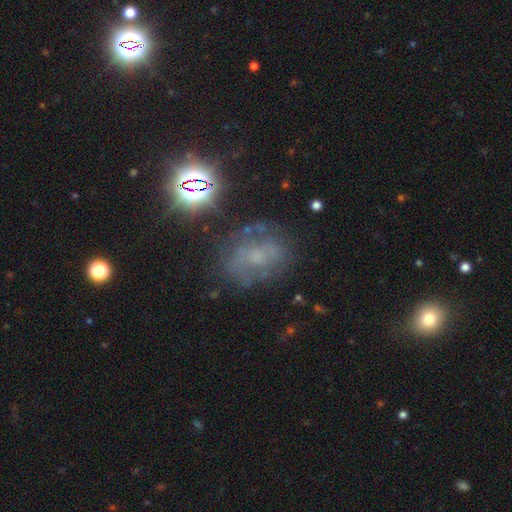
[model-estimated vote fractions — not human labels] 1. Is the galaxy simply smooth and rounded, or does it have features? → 44% featured or disk, 29% star or artifact, 27% smooth.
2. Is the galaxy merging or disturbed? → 63% none, 20% minor disturbance, 13% major disturbance, 4% merger.